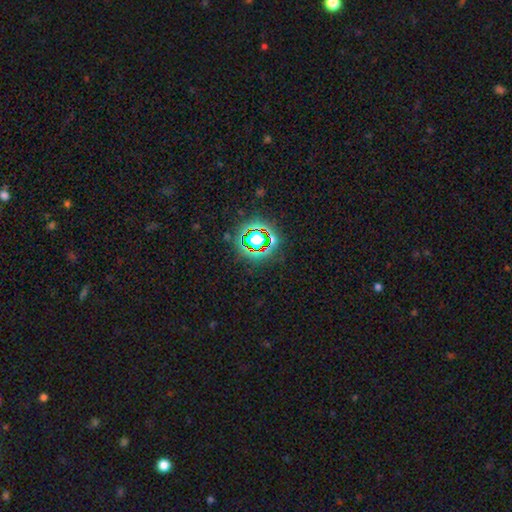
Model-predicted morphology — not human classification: Overall: star or artifact (77%).